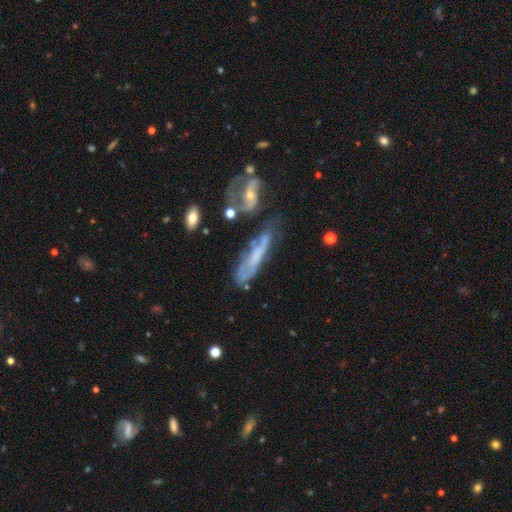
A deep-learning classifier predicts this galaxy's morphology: A featured or disk galaxy (55%).

Vote fractions:
- Smooth or featured? featured or disk: 55% / smooth: 34% / star or artifact: 11%
- Edge-on disk? no: 62% / yes: 38%
- Merging? none: 42% / minor disturbance: 24% / major disturbance: 17% / merger: 16%